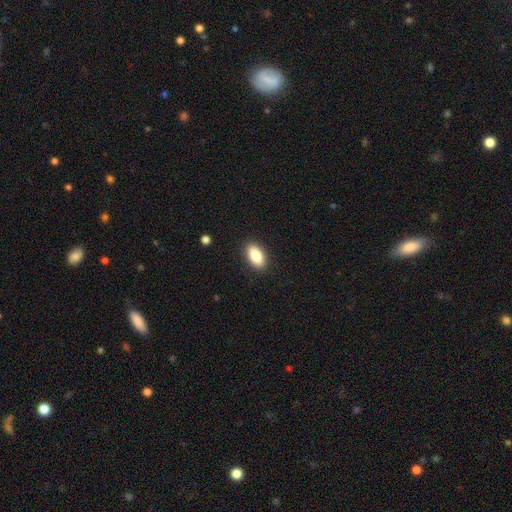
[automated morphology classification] Smooth or featured? smooth (84%)
How rounded? in between (89%)
Merging? none (89%)